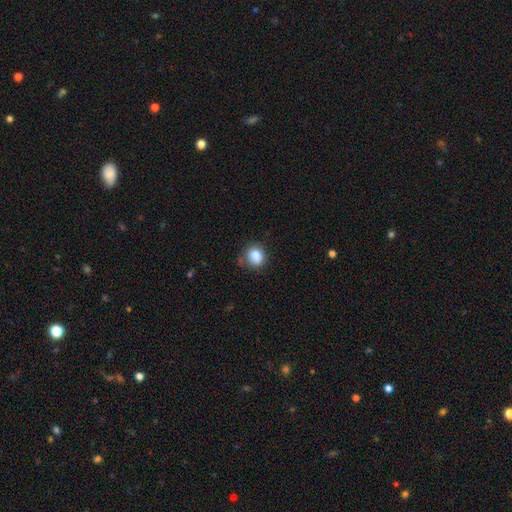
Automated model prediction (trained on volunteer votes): Smooth or featured? Predicted: smooth (p=0.86). How rounded? Predicted: round (p=0.73). Merging? Predicted: none (p=0.72).